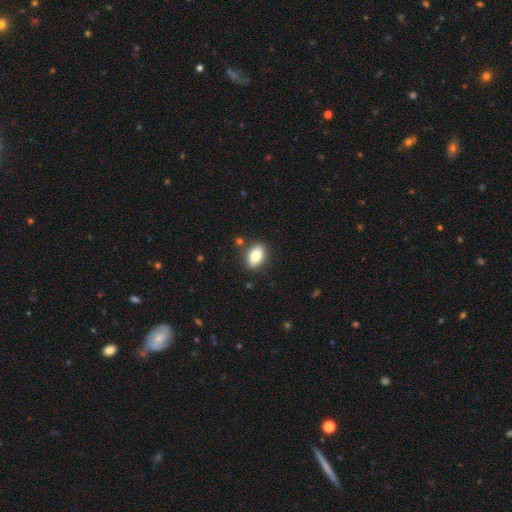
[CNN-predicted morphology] This is likely a smooth galaxy (80%). How rounded: clearly in between (86%). Merging: clearly none (84%).